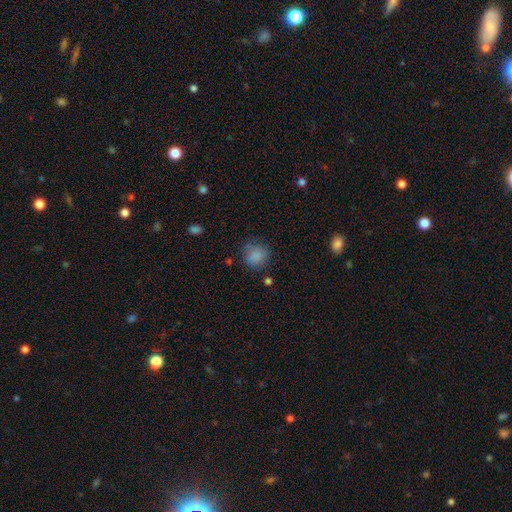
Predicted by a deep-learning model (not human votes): The model was most divided on "merging": none: 72%, minor disturbance: 18%, major disturbance: 6%, merger: 3%. More confident: smooth or featured — smooth (82%); how rounded — round (81%).